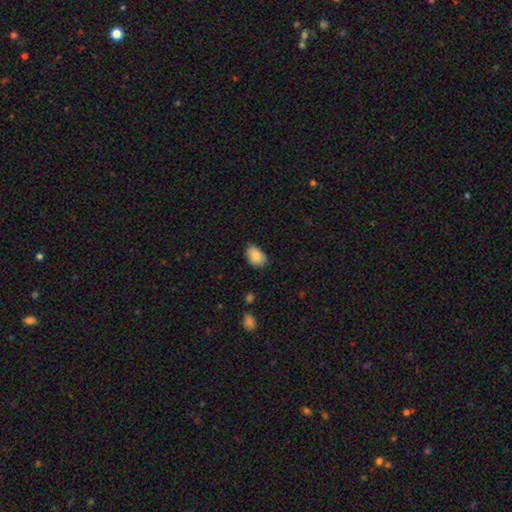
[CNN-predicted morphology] smooth 86%, star or artifact 7%, featured or disk 7%. Down the decision tree: how rounded — in between (88%); merging — none (75%).